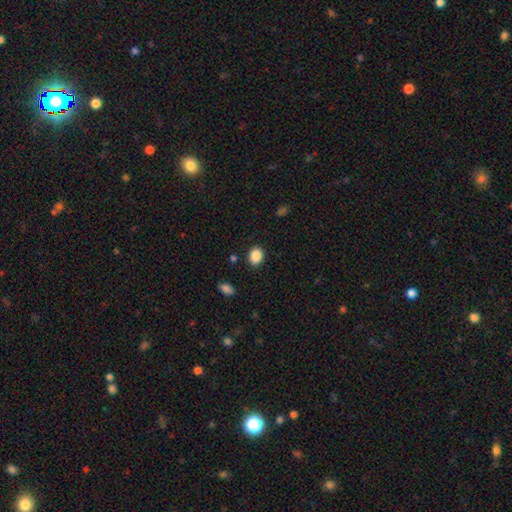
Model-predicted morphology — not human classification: Smooth or featured: smooth — 88% (star or artifact — 9%)
How rounded: in between — 56% (round — 43%)
Merging: none — 87% (minor disturbance — 9%)